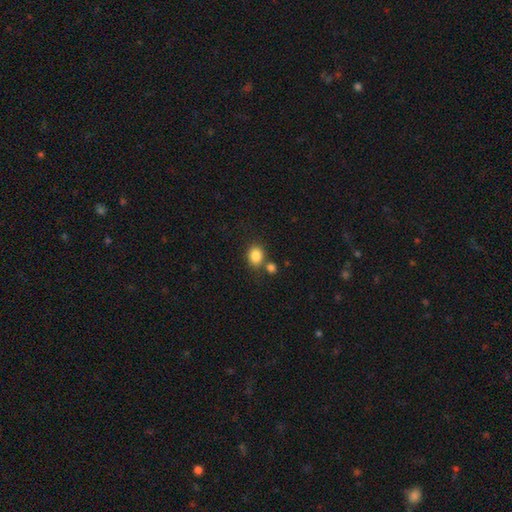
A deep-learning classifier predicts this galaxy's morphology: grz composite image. It shows a smooth galaxy with no disk features (85%) that is round (53%). Merging: none (64%).